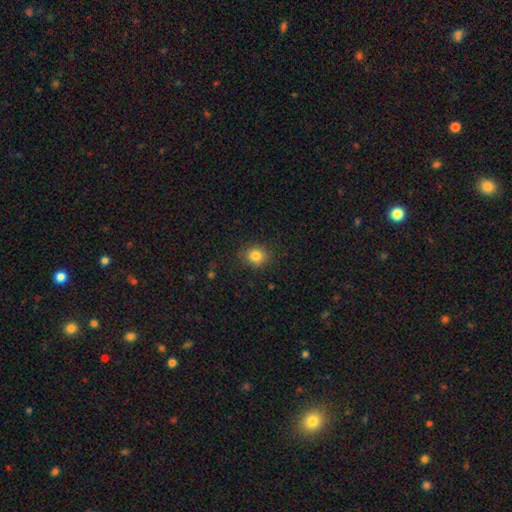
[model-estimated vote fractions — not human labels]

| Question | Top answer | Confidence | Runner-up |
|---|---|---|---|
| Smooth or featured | smooth | 82% | star or artifact (11%) |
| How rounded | round | 75% | in between (24%) |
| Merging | none | 85% | minor disturbance (11%) |